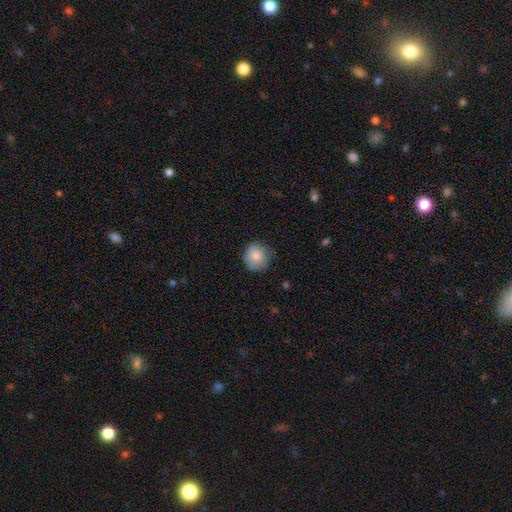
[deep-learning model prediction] Smooth or featured: smooth — 83% (featured or disk — 9%)
How rounded: round — 88% (in between — 11%)
Merging: none — 74% (minor disturbance — 21%)